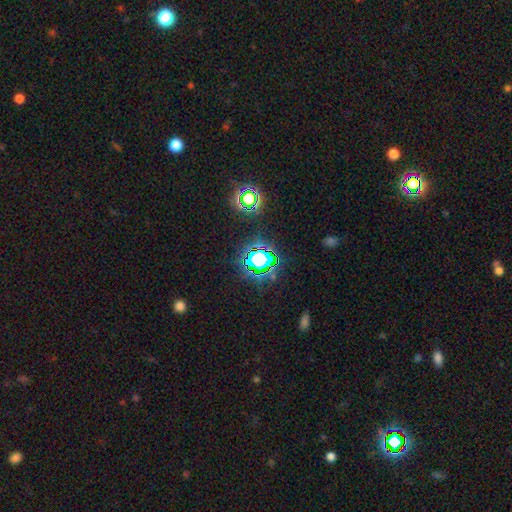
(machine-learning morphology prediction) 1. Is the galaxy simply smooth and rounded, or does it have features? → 69% star or artifact, 20% smooth, 12% featured or disk.